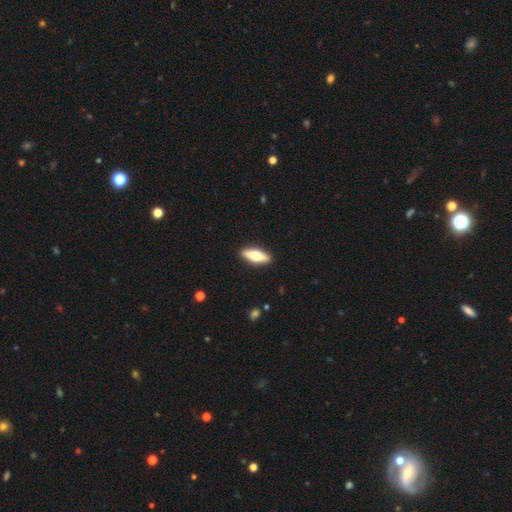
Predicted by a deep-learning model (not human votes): smooth-or-featured: smooth: 54% | featured or disk: 41% | star or artifact: 5%
  how-rounded: in between: 54% | cigar-shaped: 43% | round: 3%
  merging: none: 91% | minor disturbance: 7% | major disturbance: 2% | merger: 1%